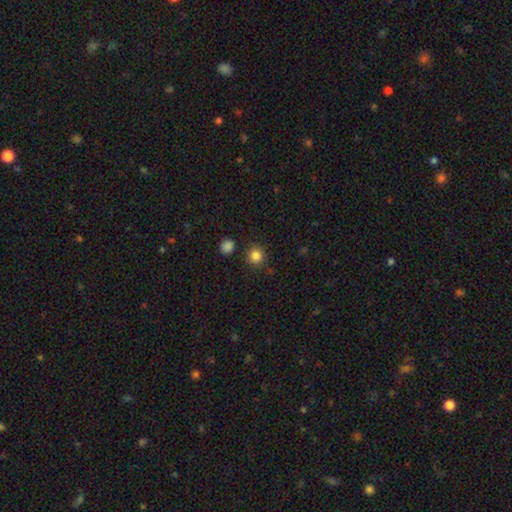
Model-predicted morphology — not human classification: smooth_or_featured: smooth (p=0.84) [alt: star or artifact p=0.12]
how_rounded: round (p=0.92) [alt: in between p=0.07]
merging: none (p=0.87) [alt: minor disturbance p=0.08]